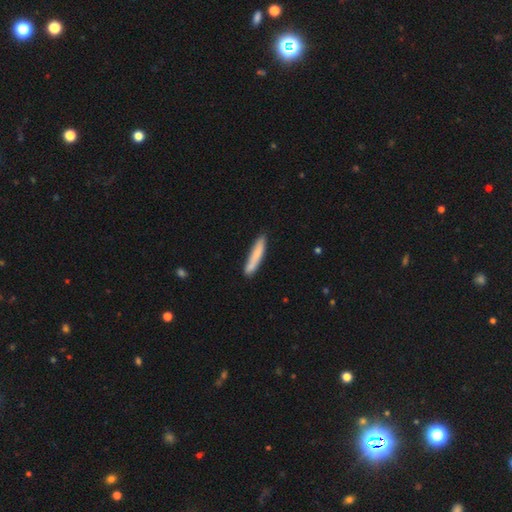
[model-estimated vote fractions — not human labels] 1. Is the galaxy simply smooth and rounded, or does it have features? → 77% smooth, 18% featured or disk, 6% star or artifact.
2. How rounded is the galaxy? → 92% cigar-shaped, 7% in between, 1% round.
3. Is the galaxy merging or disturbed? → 83% none, 13% minor disturbance, 2% merger, 2% major disturbance.